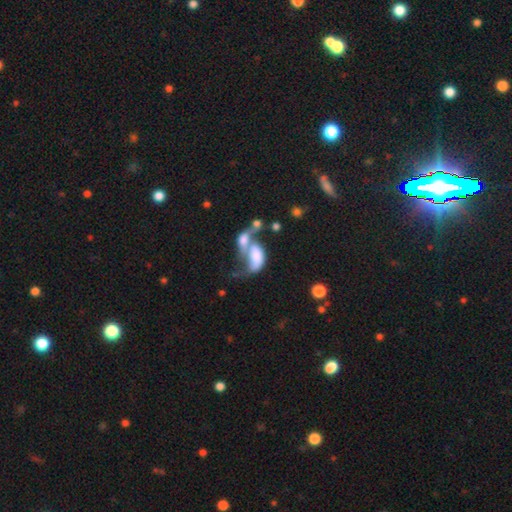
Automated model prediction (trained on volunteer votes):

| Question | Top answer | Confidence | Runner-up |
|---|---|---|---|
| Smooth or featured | smooth | 55% | featured or disk (36%) |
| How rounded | in between | 89% | round (5%) |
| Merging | merger | 69% | major disturbance (18%) |